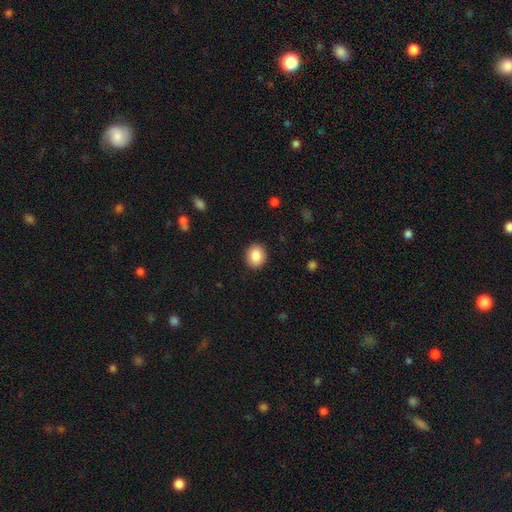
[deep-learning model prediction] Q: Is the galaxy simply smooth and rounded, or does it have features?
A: smooth — 87%.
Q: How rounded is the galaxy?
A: round — 64%.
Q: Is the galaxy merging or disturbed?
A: none — 90%.